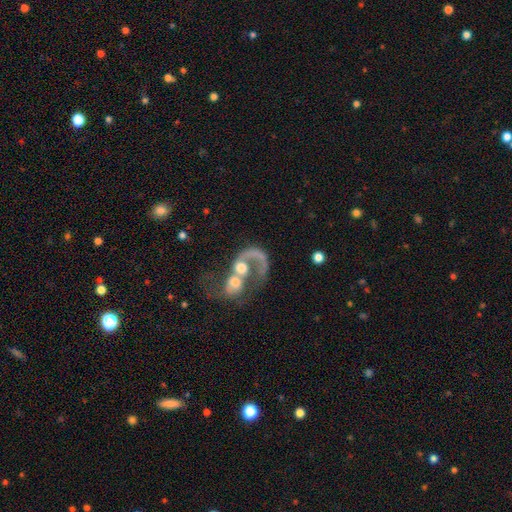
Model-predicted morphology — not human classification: smooth-or-featured: featured or disk: 69% | smooth: 24% | star or artifact: 8%
  disk-edge-on: no: 97% | yes: 3%
    bar: no: 75% | weak: 19% | strong: 6%
    has-spiral-arms: yes: 67% | no: 33%
    bulge-size: moderate: 58% | large: 17% | small: 14% | none: 7% | dominant: 4%
  merging: merger: 76% | major disturbance: 13% | none: 8% | minor disturbance: 4%